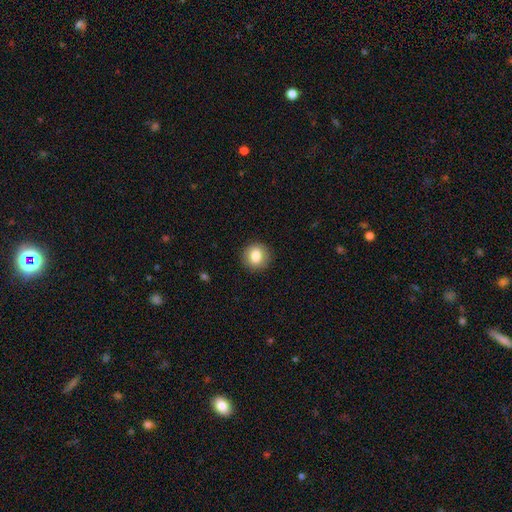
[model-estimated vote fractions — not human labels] smooth-or-featured: smooth: 83% | star or artifact: 8% | featured or disk: 8%
  how-rounded: round: 90% | in between: 9% | cigar-shaped: 1%
  merging: none: 90% | minor disturbance: 7% | major disturbance: 2% | merger: 1%